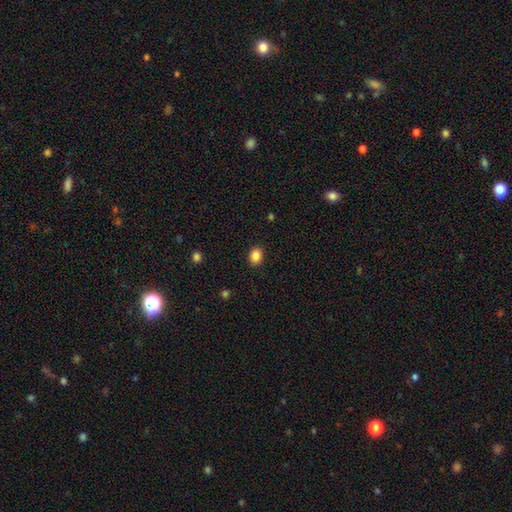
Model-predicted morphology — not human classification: Smooth or featured: smooth — 86% (star or artifact — 10%)
How rounded: in between — 58% (round — 41%)
Merging: none — 90% (minor disturbance — 7%)